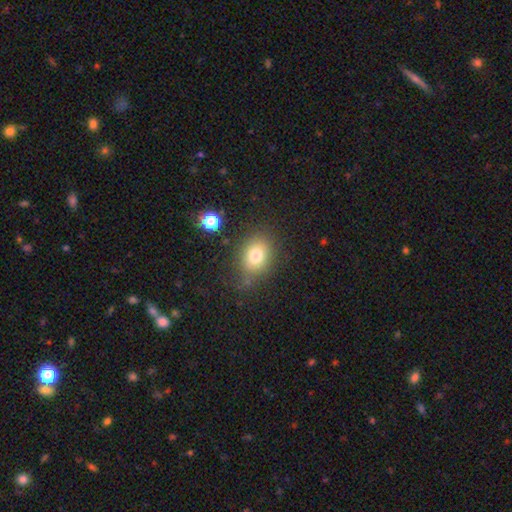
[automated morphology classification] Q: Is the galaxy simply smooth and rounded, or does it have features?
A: smooth — 76%.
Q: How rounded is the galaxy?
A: in between — 54%.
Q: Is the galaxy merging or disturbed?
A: none — 72%.